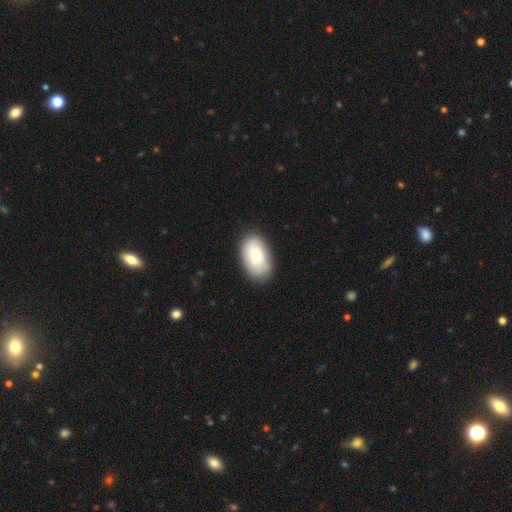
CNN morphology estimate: Smooth or featured? Predicted: smooth (p=0.73). How rounded? Predicted: in between (p=0.92). Merging? Predicted: none (p=0.82).